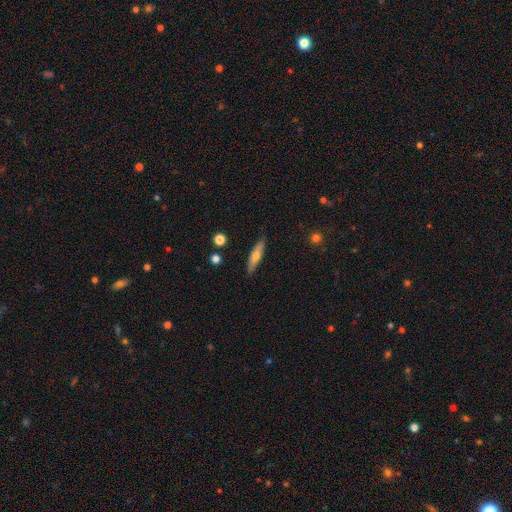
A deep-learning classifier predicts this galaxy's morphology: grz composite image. It shows a smooth galaxy with no disk features (52%) that is cigar-shaped (77%). Merging: none (87%).